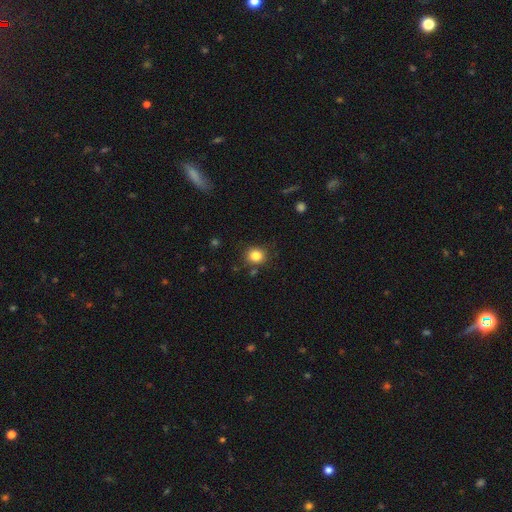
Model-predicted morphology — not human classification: Smooth or featured: smooth — 83% (star or artifact — 11%)
How rounded: round — 81% (in between — 19%)
Merging: none — 83% (minor disturbance — 10%)